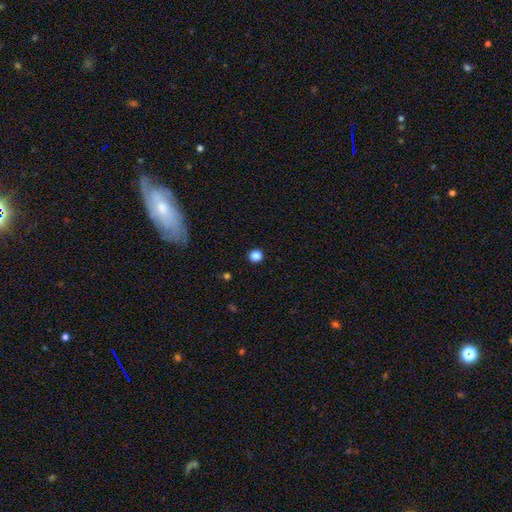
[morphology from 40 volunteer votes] This is clearly a smooth galaxy (85%). How rounded: clearly round (82%). Merging: clearly none (97%).